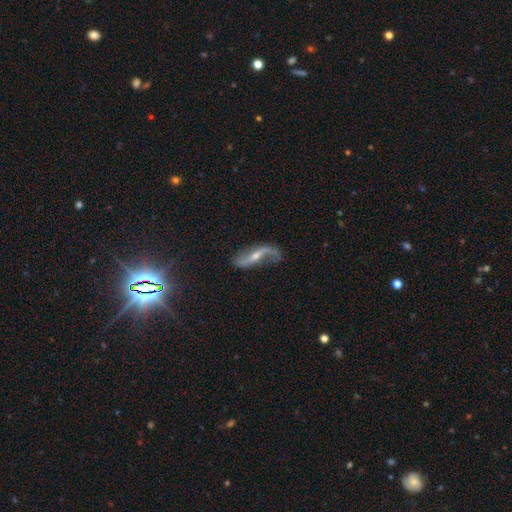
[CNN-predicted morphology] Smooth or featured? featured or disk (84%)
Edge-on disk? no (87%)
Bar? strong (38%)
Spiral arms? yes (92%)
Spiral winding? loose (86%)
Spiral arm count? 2 (86%)
Bulge size? small (51%)
Merging? none (64%)